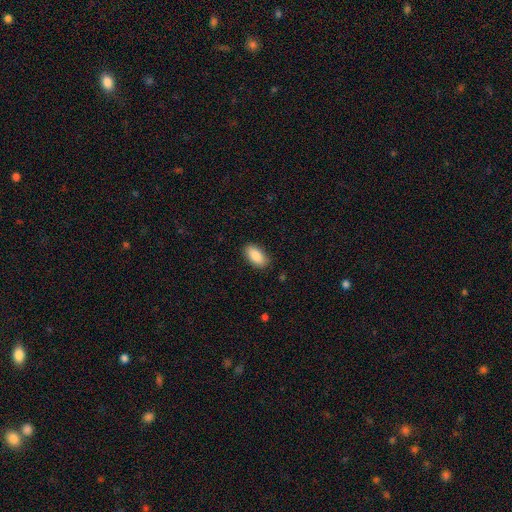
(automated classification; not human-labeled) Smooth or featured? Predicted: smooth (p=0.88). How rounded? Predicted: in between (p=0.93). Merging? Predicted: none (p=0.87).